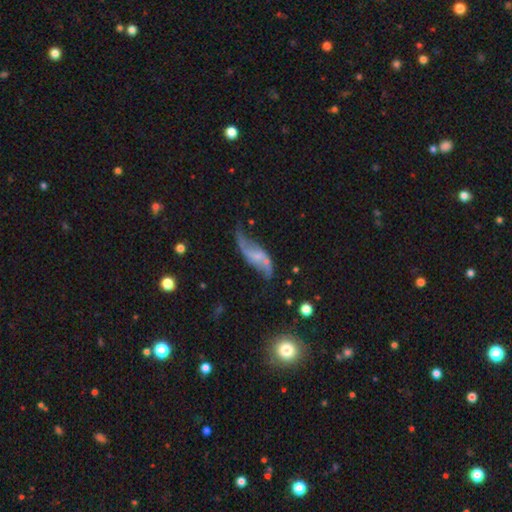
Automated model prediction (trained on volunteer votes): A featured or disk galaxy (74%) with a weak bar (41%, tied with no), 2 (87%) loose (85%) spiral arms (84%) and a small central bulge (47%). Merging: none (44%).